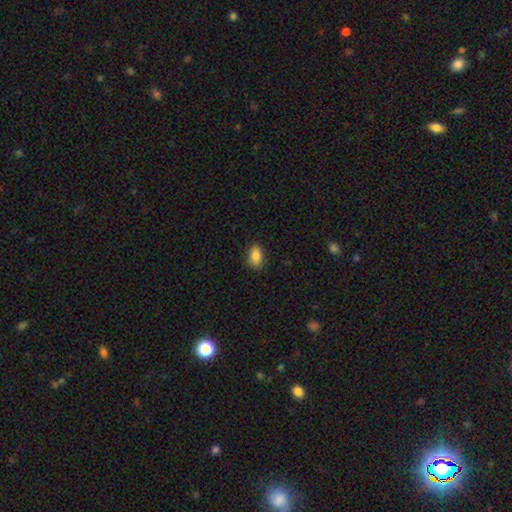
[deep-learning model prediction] Overall: smooth (87%). How rounded: in between (87%). Merging: none (86%).